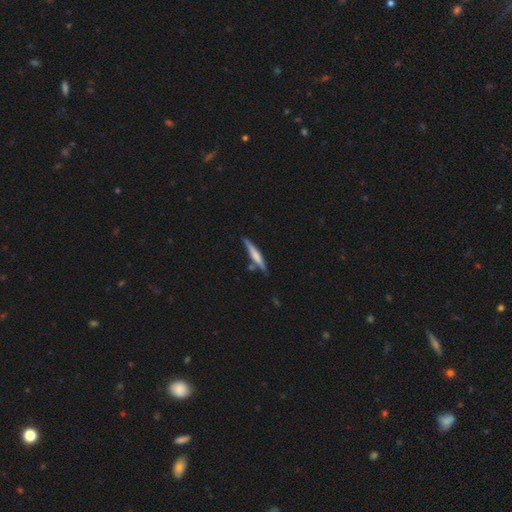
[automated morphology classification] smooth_or_featured: smooth (p=0.50) [alt: featured or disk p=0.45]
merging: none (p=0.77) [alt: minor disturbance p=0.13]